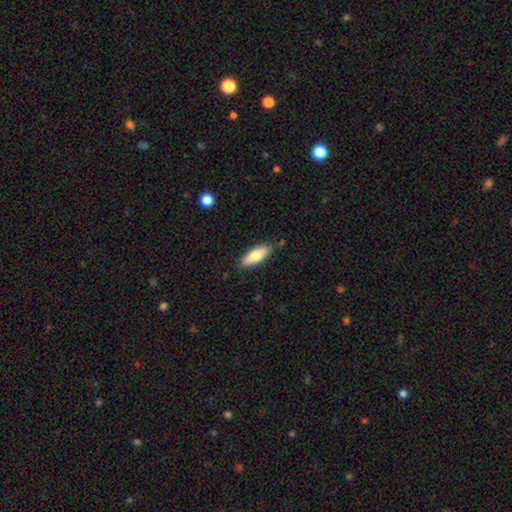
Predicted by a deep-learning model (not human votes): A smooth galaxy with no disk features (76%) that is in between round and cigar-shaped (67%).

Vote fractions:
- Smooth or featured? smooth: 76% / featured or disk: 18% / star or artifact: 6%
- How rounded? in between: 67% / cigar-shaped: 31% / round: 2%
- Merging? none: 84% / minor disturbance: 12% / major disturbance: 2% / merger: 2%